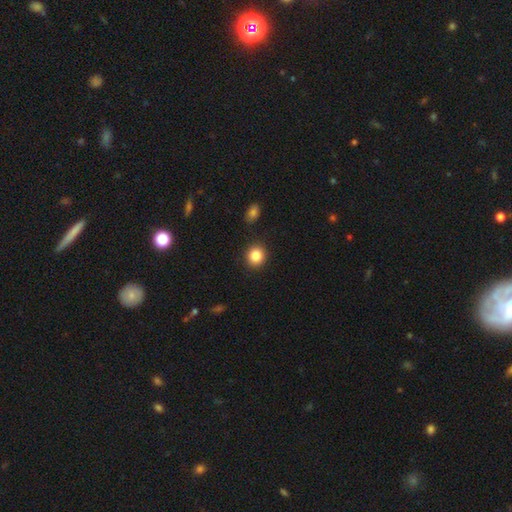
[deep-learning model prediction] Q: Smooth or featured?
A: smooth (85%); runner-up: star or artifact (10%)
Q: How rounded?
A: round (85%); runner-up: in between (14%)
Q: Merging?
A: none (90%); runner-up: minor disturbance (6%)